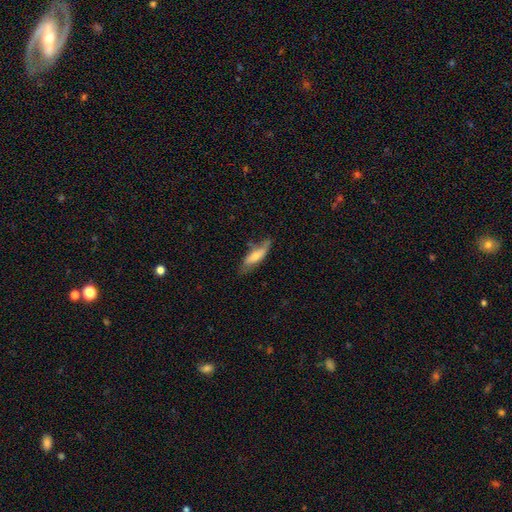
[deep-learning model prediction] Smooth or featured? smooth (60%)
How rounded? cigar-shaped (51%)
Merging? none (53%)